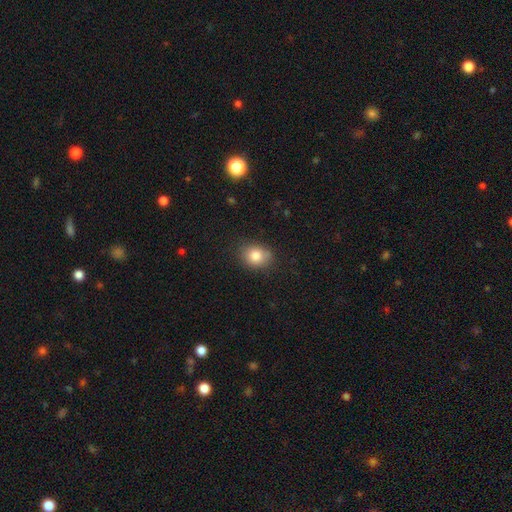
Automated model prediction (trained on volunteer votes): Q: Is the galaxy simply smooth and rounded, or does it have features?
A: smooth — 82%.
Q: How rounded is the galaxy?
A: round — 50%.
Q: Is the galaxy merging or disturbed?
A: none — 80%.